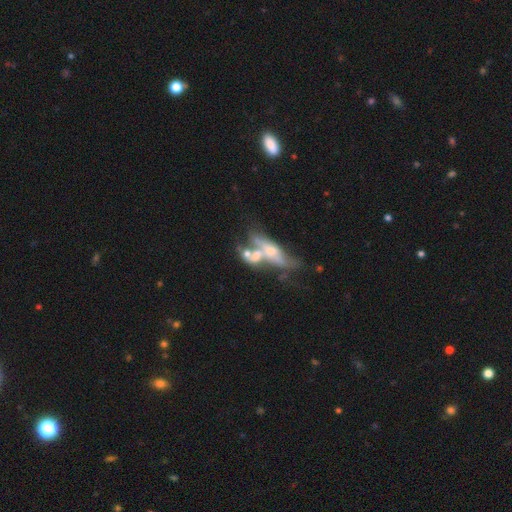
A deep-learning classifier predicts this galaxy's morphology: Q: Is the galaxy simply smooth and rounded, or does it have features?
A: featured or disk — 61%.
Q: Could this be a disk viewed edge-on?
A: no — 73%.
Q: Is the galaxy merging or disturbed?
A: merger — 58%.